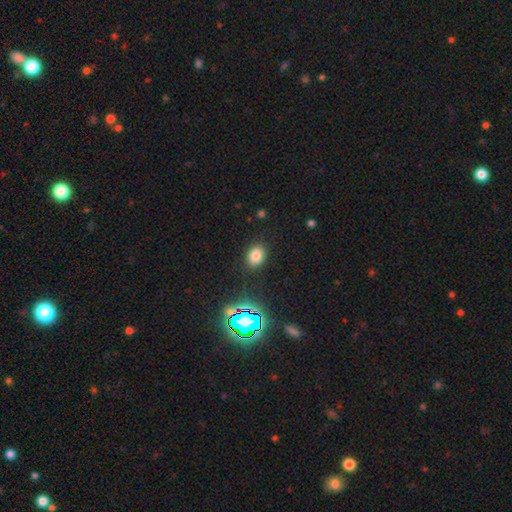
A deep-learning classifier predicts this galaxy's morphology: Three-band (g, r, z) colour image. It shows a smooth galaxy with no disk features (76%) that is in between round and cigar-shaped (62%). Merging: none (86%).